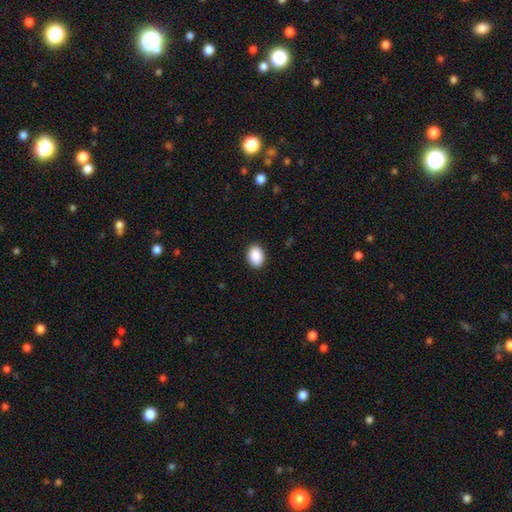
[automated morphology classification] smooth-or-featured: smooth: 90% | star or artifact: 7% | featured or disk: 2%
  how-rounded: in between: 75% | round: 24% | cigar-shaped: 1%
  merging: none: 90% | minor disturbance: 7% | major disturbance: 2% | merger: 1%